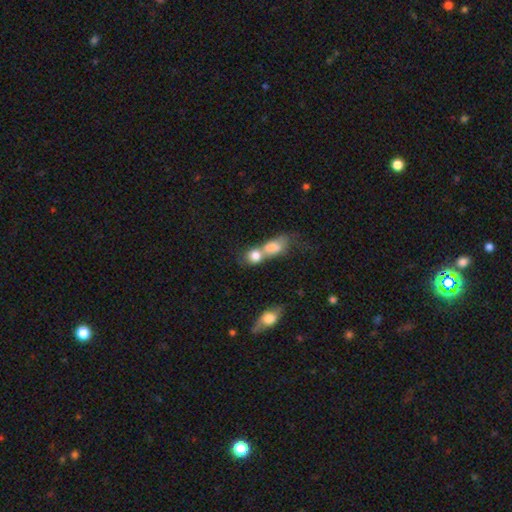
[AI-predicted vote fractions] This is likely a smooth galaxy (77%). How rounded: possibly round (52%). Merging: likely merger (68%).